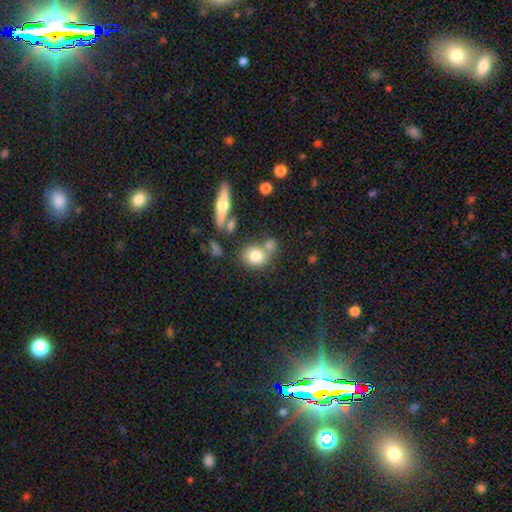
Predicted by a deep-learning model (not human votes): This appears to be a smooth galaxy with no disk features (76%) that is round (62%). Merging: none (55%).